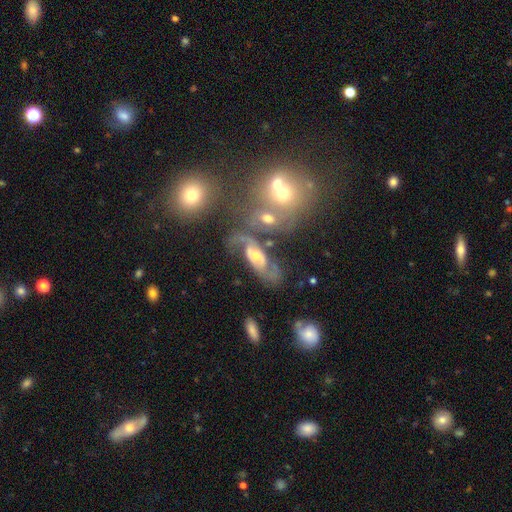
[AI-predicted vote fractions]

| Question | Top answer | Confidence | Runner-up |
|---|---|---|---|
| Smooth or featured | featured or disk | 72% | smooth (16%) |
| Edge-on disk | no | 91% | yes (9%) |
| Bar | no | 56% | weak (33%) |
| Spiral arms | yes | 83% | no (17%) |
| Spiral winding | medium | 41% | loose (35%) |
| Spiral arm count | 2 | 65% | can't tell (16%) |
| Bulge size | moderate | 55% | small (30%) |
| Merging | none | 44% | minor disturbance (20%) |